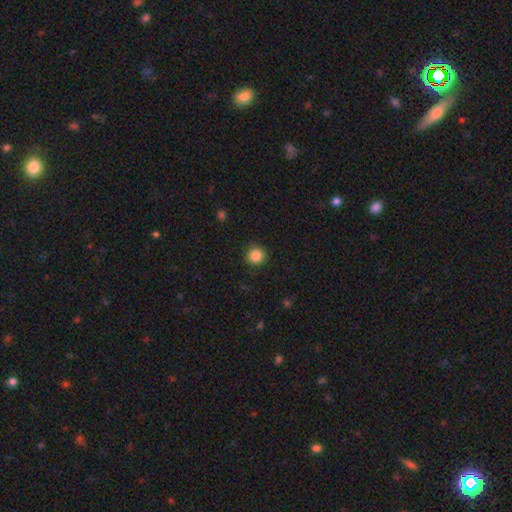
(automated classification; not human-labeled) This is clearly a smooth galaxy (86%). How rounded: clearly round (94%). Merging: clearly none (89%).